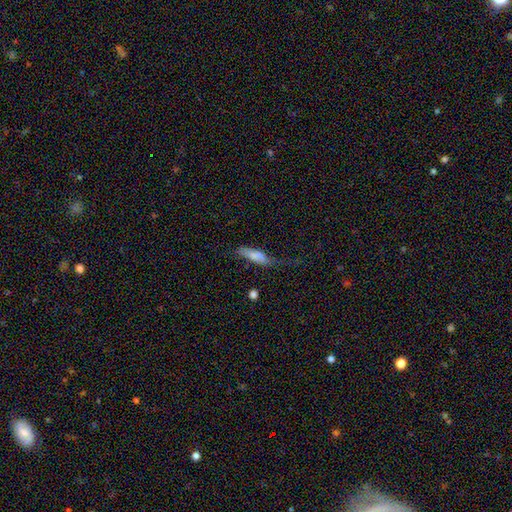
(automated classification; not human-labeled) A smooth galaxy with no disk features (71%) that is cigar-shaped (53%). Merging: major disturbance (34%).